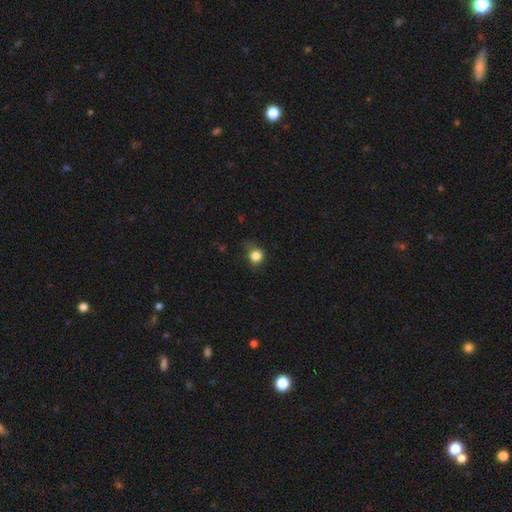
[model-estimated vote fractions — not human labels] smooth 83%, star or artifact 12%, featured or disk 5%. Down the decision tree: how rounded — round (81%); merging — none (62%).